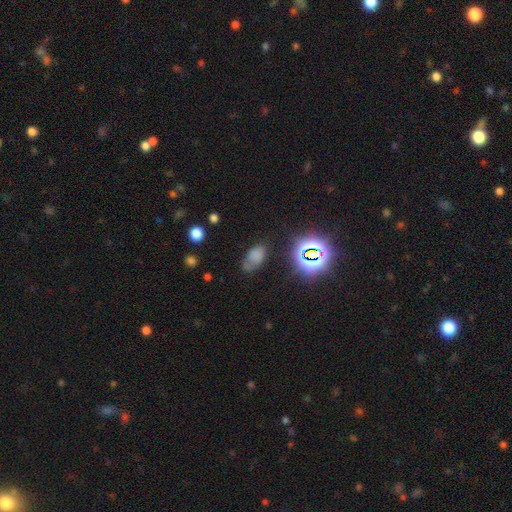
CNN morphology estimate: Q: Smooth or featured?
A: smooth (63%); runner-up: star or artifact (23%)
Q: How rounded?
A: in between (88%); runner-up: round (9%)
Q: Merging?
A: none (53%); runner-up: minor disturbance (28%)